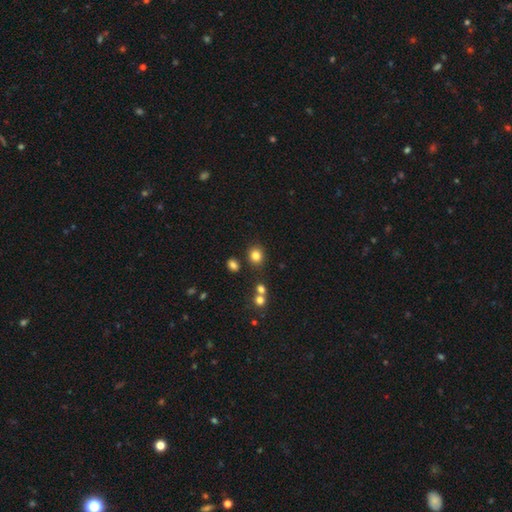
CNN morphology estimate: Smooth or featured? smooth (82%)
How rounded? round (76%)
Merging? none (82%)